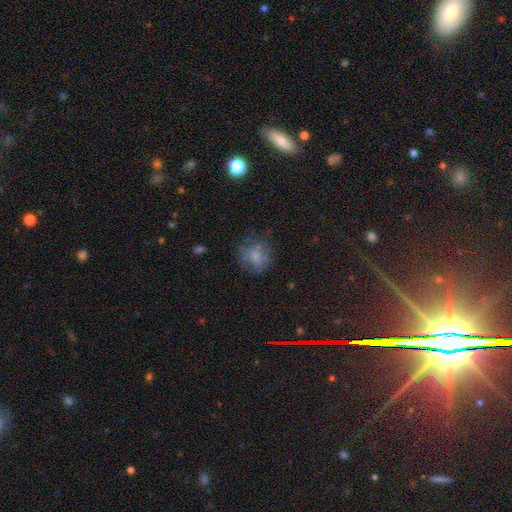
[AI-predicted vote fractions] Smooth or featured? smooth (62%)
How rounded? round (77%)
Merging? none (63%)